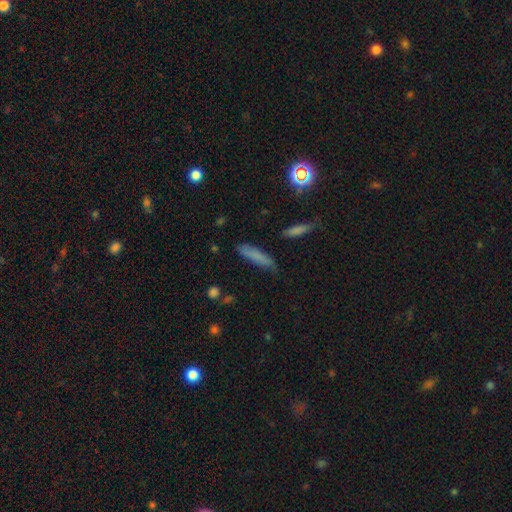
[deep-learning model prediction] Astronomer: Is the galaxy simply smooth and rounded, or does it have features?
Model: smooth — 77%.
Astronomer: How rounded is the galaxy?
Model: cigar-shaped — 78%.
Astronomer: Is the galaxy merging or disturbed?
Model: none — 75%.